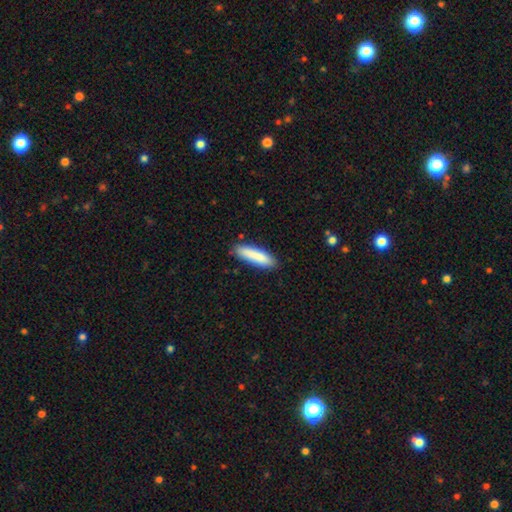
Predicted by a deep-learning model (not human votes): A smooth galaxy with no disk features (85%) that is cigar-shaped (69%).

Vote fractions:
- Smooth or featured? smooth: 85% / featured or disk: 9% / star or artifact: 6%
- How rounded? cigar-shaped: 69% / in between: 29% / round: 1%
- Merging? none: 85% / minor disturbance: 12% / major disturbance: 2% / merger: 2%